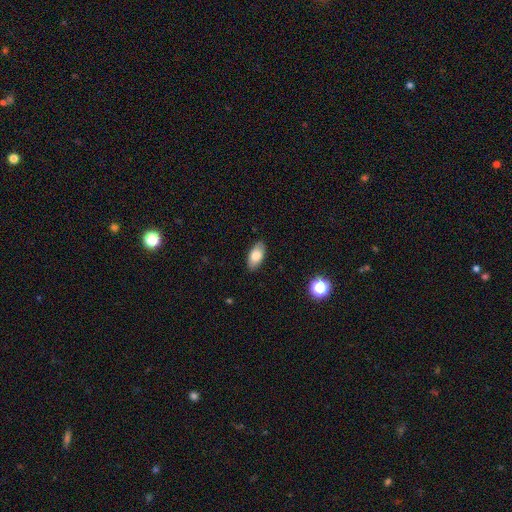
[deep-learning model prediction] smooth 79%, featured or disk 14%, star or artifact 7%. Down the decision tree: how rounded — in between (92%); merging — none (87%).